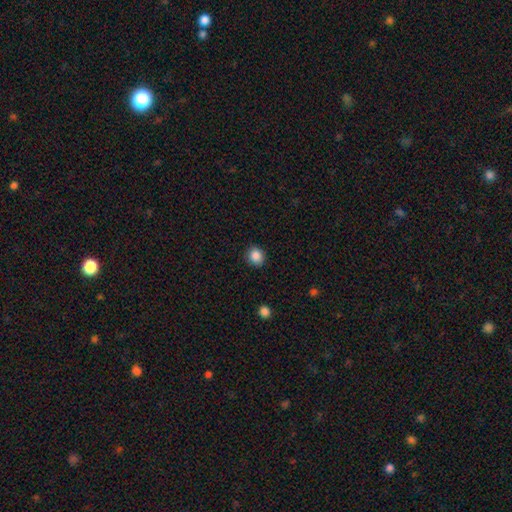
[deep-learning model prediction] smooth-or-featured: smooth: 87% | star or artifact: 10% | featured or disk: 4%
  how-rounded: round: 75% | in between: 25% | cigar-shaped: 1%
  merging: none: 87% | minor disturbance: 9% | major disturbance: 2% | merger: 1%